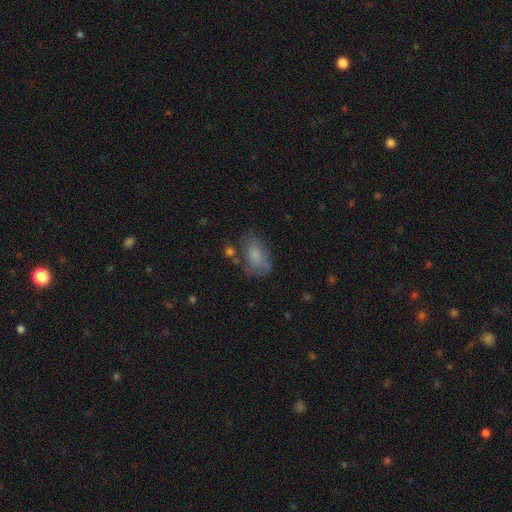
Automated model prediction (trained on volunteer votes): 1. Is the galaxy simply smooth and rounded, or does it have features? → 73% smooth, 18% featured or disk, 9% star or artifact.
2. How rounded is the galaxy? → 88% in between, 9% round, 3% cigar-shaped.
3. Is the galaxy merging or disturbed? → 52% none, 27% minor disturbance, 14% major disturbance, 7% merger.